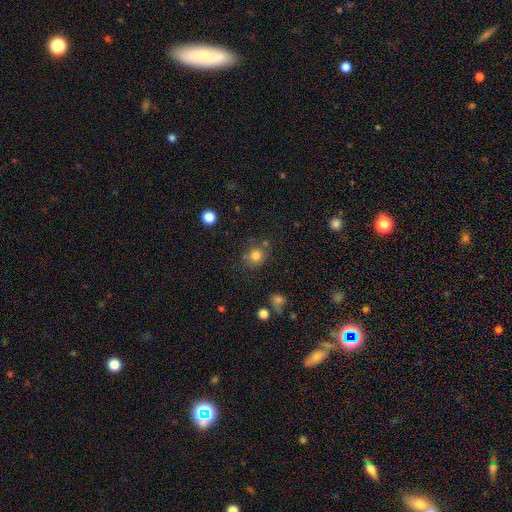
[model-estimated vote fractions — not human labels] smooth_or_featured: smooth (p=0.79) [alt: star or artifact p=0.13]
how_rounded: round (p=0.83) [alt: in between p=0.16]
merging: none (p=0.71) [alt: minor disturbance p=0.14]